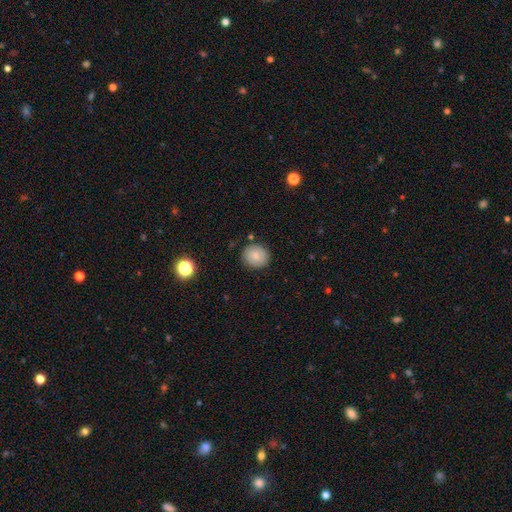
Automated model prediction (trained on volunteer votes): Smooth or featured?
  - smooth: 75% *
  - featured or disk: 17%
  - star or artifact: 9%
How rounded?
  - round: 80% *
  - in between: 19%
  - cigar-shaped: 1%
Merging?
  - none: 86% *
  - minor disturbance: 10%
  - major disturbance: 2%
  - merger: 2%